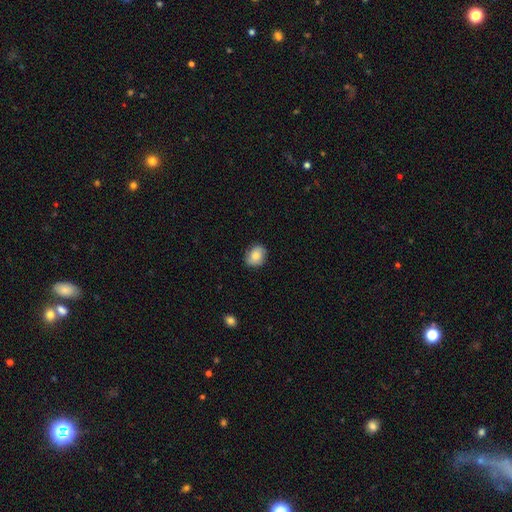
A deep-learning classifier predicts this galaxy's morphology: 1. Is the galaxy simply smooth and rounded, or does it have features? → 73% smooth, 18% featured or disk, 8% star or artifact.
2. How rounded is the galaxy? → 56% round, 43% in between, 1% cigar-shaped.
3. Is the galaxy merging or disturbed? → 82% none, 14% minor disturbance, 3% major disturbance, 1% merger.